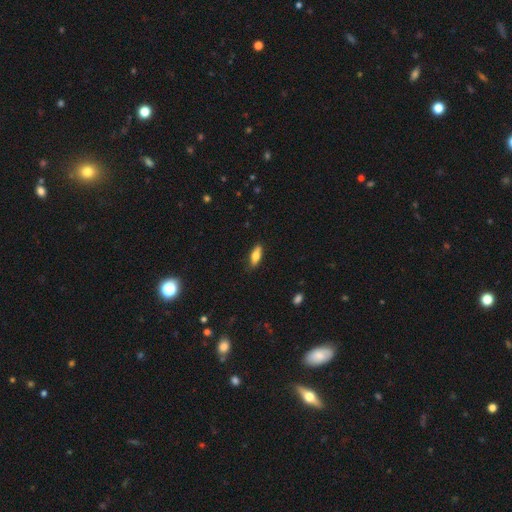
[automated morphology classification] This is likely a smooth galaxy (73%). How rounded: likely in between (69%). Merging: clearly none (84%).